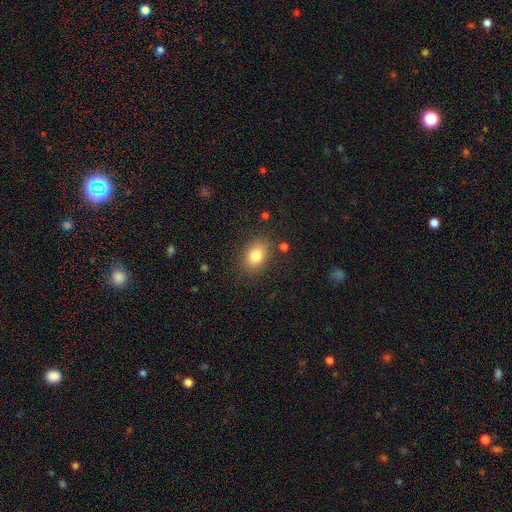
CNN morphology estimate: Overall: smooth (81%). How rounded: in between (75%). Merging: none (83%).